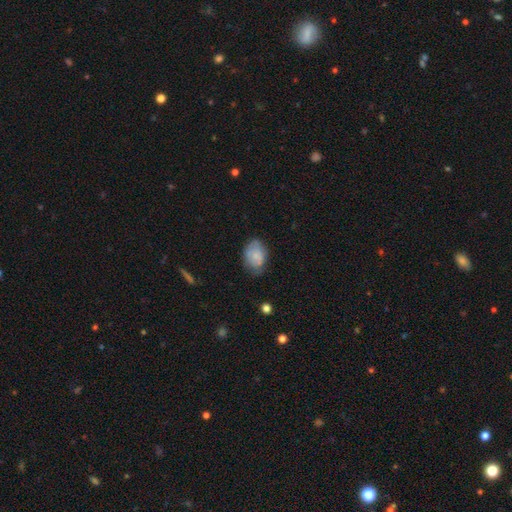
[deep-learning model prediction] Smooth or featured? Predicted: smooth (p=0.71). How rounded? Predicted: in between (p=0.79). Merging? Predicted: none (p=0.60).